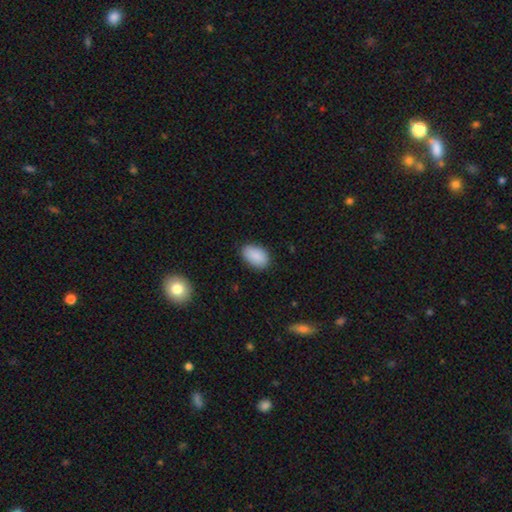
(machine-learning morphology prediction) Q: Smooth or featured?
A: smooth (89%); runner-up: star or artifact (7%)
Q: How rounded?
A: in between (92%); runner-up: round (7%)
Q: Merging?
A: none (83%); runner-up: minor disturbance (13%)